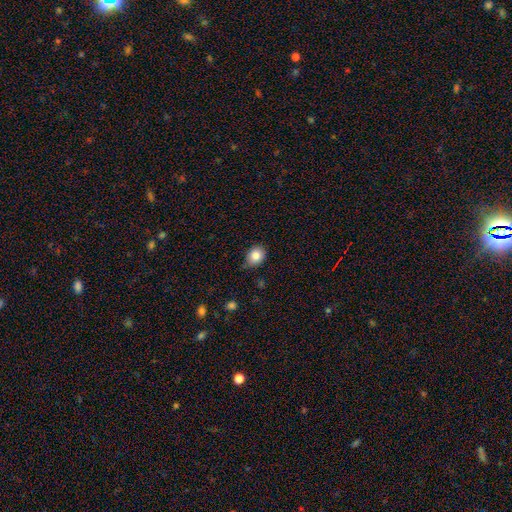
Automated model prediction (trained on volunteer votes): A smooth galaxy with no disk features (84%) that is round (53%).

Vote fractions:
- Smooth or featured? smooth: 84% / star or artifact: 9% / featured or disk: 7%
- How rounded? round: 53% / in between: 46% / cigar-shaped: 1%
- Merging? none: 74% / minor disturbance: 22% / major disturbance: 3% / merger: 2%